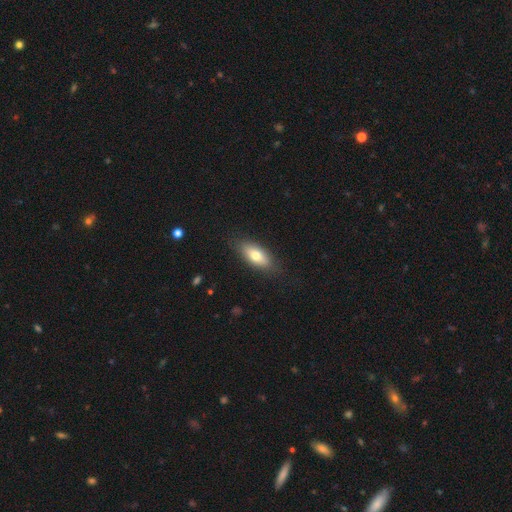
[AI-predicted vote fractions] Smooth or featured?
  - smooth: 73% *
  - featured or disk: 20%
  - star or artifact: 7%
How rounded?
  - in between: 83% *
  - cigar-shaped: 14%
  - round: 3%
Merging?
  - none: 83% *
  - minor disturbance: 13%
  - major disturbance: 3%
  - merger: 1%